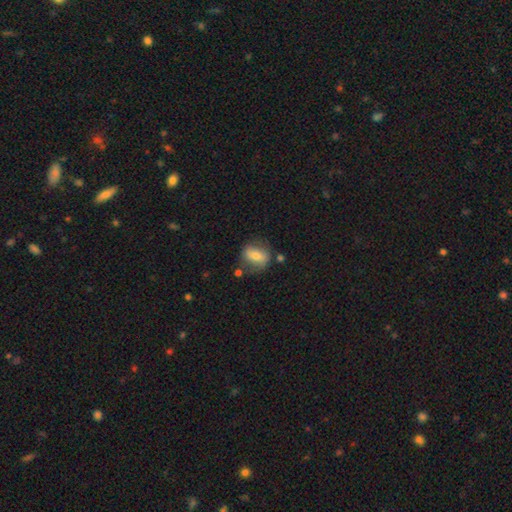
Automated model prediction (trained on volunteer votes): Q: Smooth or featured?
A: smooth (63%); runner-up: featured or disk (29%)
Q: How rounded?
A: in between (63%); runner-up: round (32%)
Q: Merging?
A: none (66%); runner-up: minor disturbance (20%)